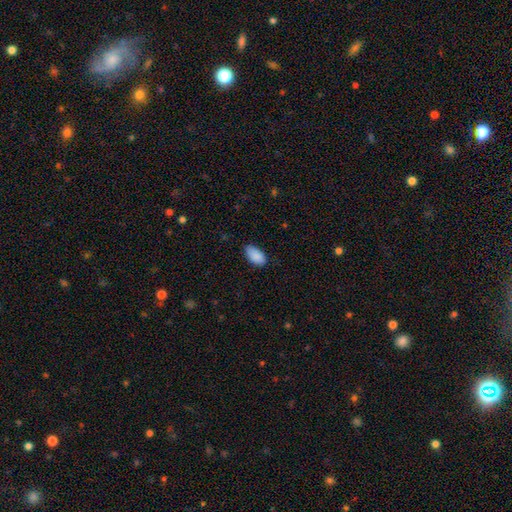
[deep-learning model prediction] Smooth or featured? Predicted: smooth (p=0.90). How rounded? Predicted: in between (p=0.95). Merging? Predicted: none (p=0.82).